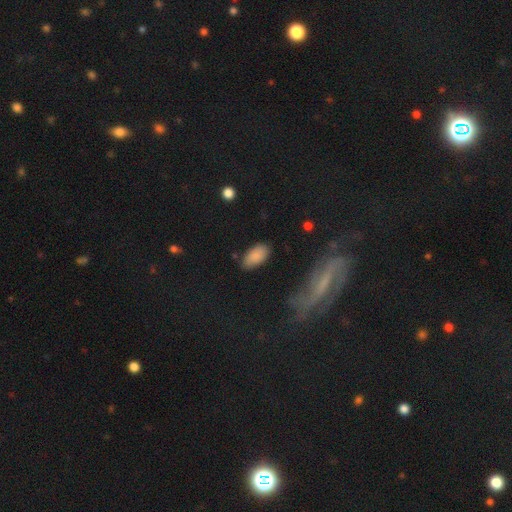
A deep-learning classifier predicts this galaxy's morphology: smooth 87%, star or artifact 8%, featured or disk 6%. Down the decision tree: how rounded — in between (94%); merging — none (80%).